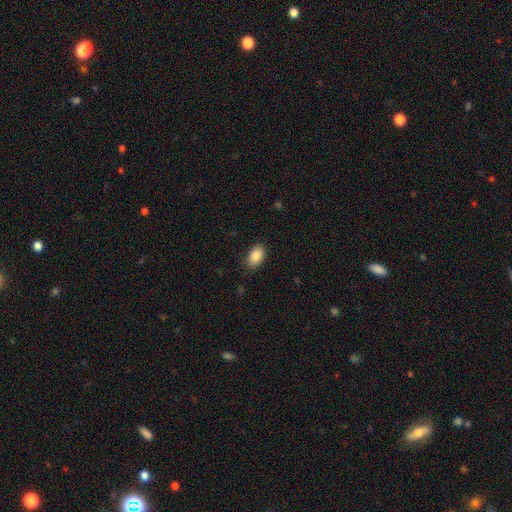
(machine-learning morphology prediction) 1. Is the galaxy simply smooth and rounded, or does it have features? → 89% smooth, 7% star or artifact, 4% featured or disk.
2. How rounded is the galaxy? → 91% in between, 8% round, 1% cigar-shaped.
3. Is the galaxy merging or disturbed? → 84% none, 12% minor disturbance, 3% major disturbance, 1% merger.